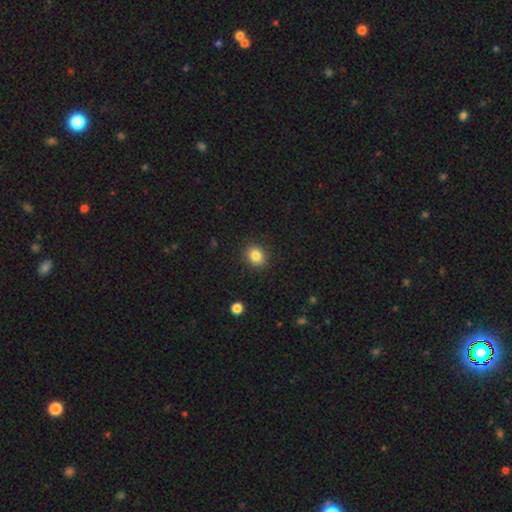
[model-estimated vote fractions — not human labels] Morphology: type=smooth (84%); roundness=round (64%); merging=none (89%).